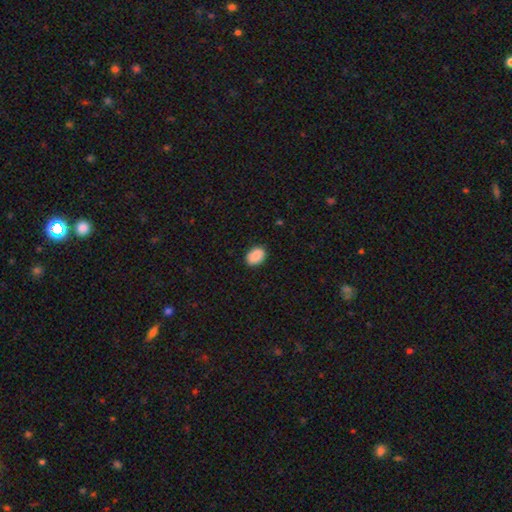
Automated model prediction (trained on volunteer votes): A smooth galaxy with no disk features (88%) that is in between round and cigar-shaped (78%). Merging: none (87%).